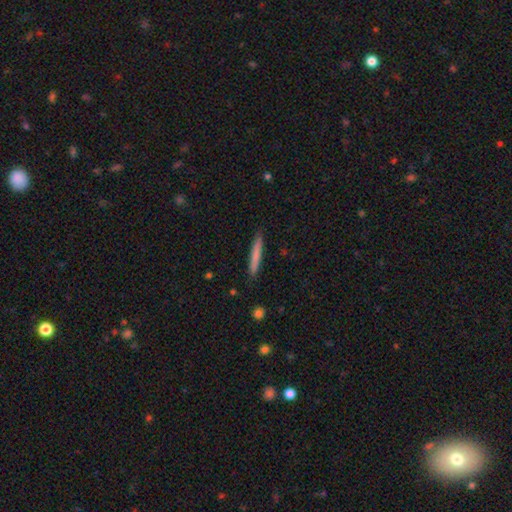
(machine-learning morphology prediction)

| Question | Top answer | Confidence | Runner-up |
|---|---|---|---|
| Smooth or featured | smooth | 73% | featured or disk (21%) |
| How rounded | cigar-shaped | 96% | in between (3%) |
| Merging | none | 89% | minor disturbance (8%) |